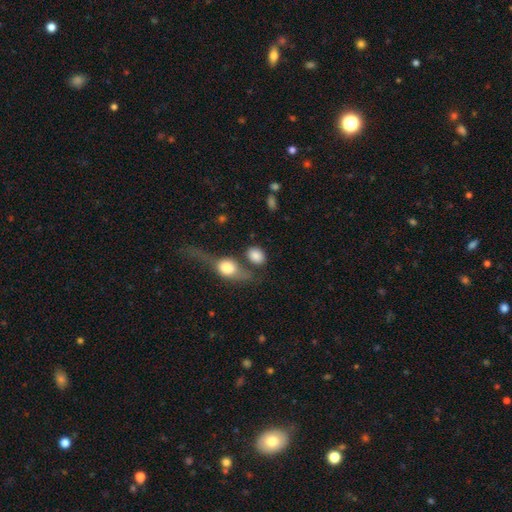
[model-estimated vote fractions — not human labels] Smooth or featured? smooth (83%)
How rounded? in between (57%)
Merging? none (51%)